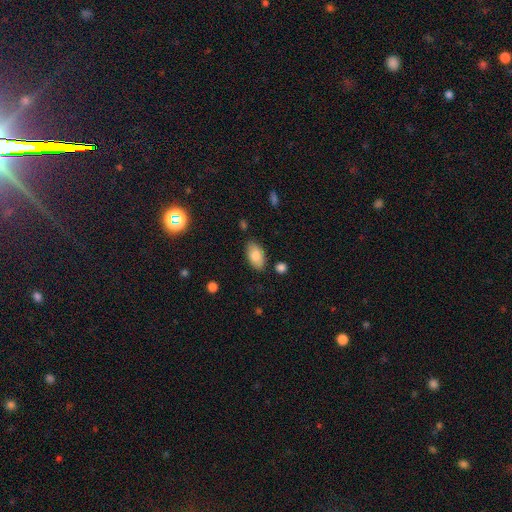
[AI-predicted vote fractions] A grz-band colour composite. It shows a smooth galaxy with no disk features (84%) that is in between round and cigar-shaped (94%). Merging: none (81%).